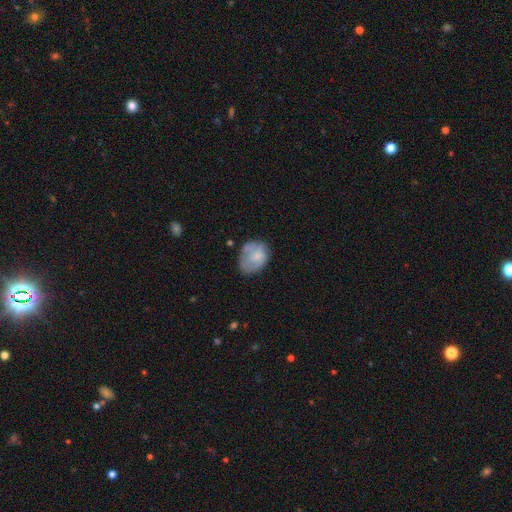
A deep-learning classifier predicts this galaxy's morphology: This appears to be a smooth galaxy with no disk features (62%) that is in between round and cigar-shaped (60%). Merging: none (50%).